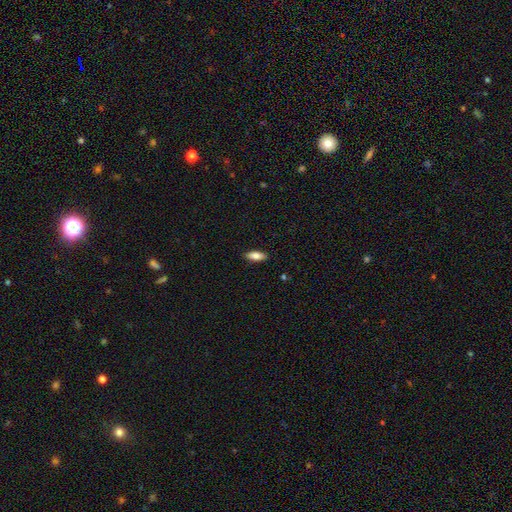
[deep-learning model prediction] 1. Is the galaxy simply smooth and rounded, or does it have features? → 78% smooth, 15% featured or disk, 7% star or artifact.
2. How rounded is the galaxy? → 74% in between, 24% cigar-shaped, 2% round.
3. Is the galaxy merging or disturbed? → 89% none, 8% minor disturbance, 2% major disturbance, 1% merger.